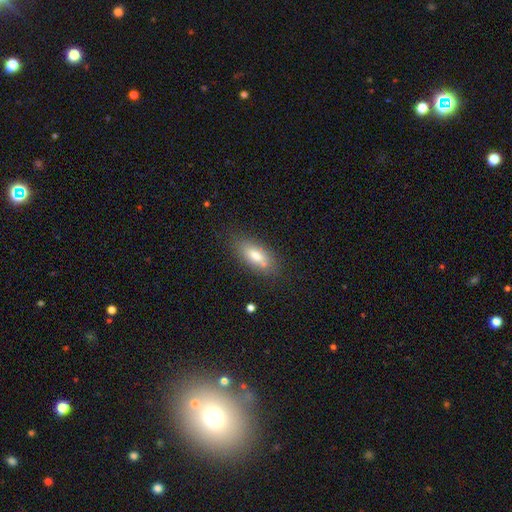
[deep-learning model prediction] Q: Smooth or featured?
A: smooth (74%); runner-up: featured or disk (18%)
Q: How rounded?
A: in between (77%); runner-up: cigar-shaped (20%)
Q: Merging?
A: none (76%); runner-up: minor disturbance (15%)